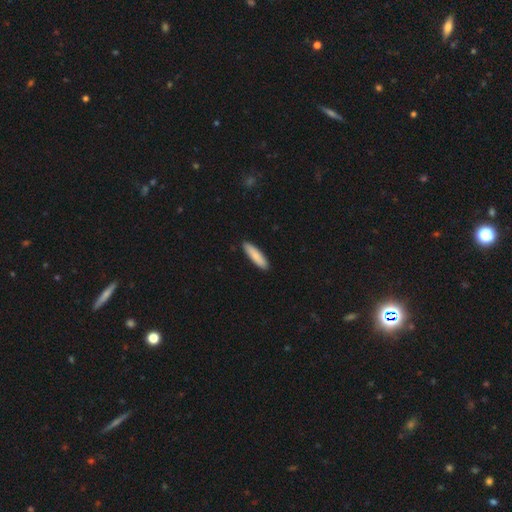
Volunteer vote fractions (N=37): This appears to be a smooth galaxy with no disk features (100%) that is cigar-shaped (70%). Merging: none (95%).